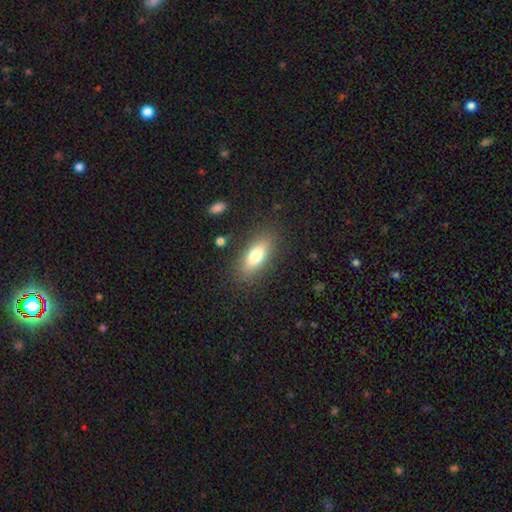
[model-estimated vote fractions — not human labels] smooth 76%, featured or disk 17%, star or artifact 8%. Down the decision tree: how rounded — in between (73%); merging — none (84%).